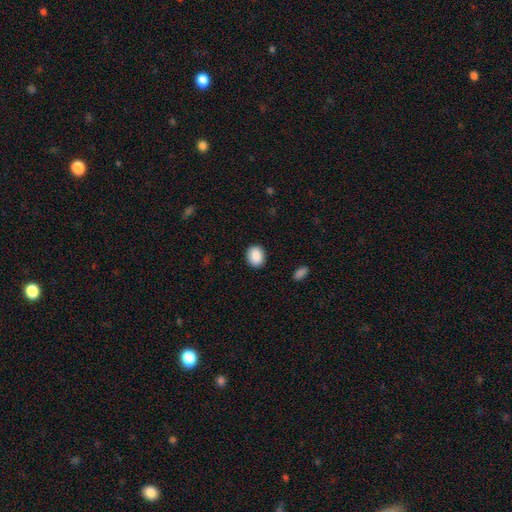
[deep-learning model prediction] This is clearly a smooth galaxy (89%). How rounded: possibly round (56%). Merging: clearly none (89%).